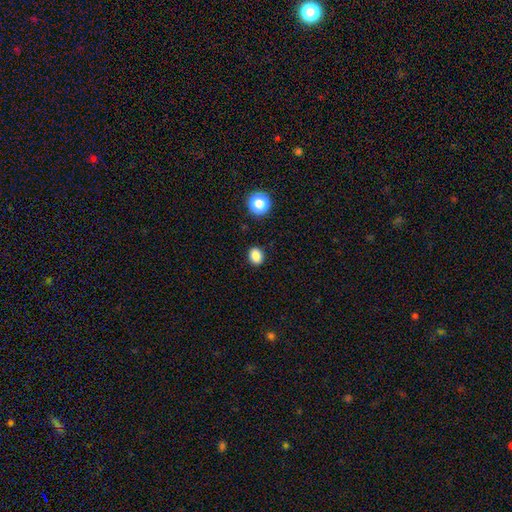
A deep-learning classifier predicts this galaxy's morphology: Smooth or featured?
  - smooth: 85% *
  - star or artifact: 11%
  - featured or disk: 4%
How rounded?
  - round: 51% *
  - in between: 48%
  - cigar-shaped: 1%
Merging?
  - none: 89% *
  - minor disturbance: 7%
  - major disturbance: 2%
  - merger: 1%